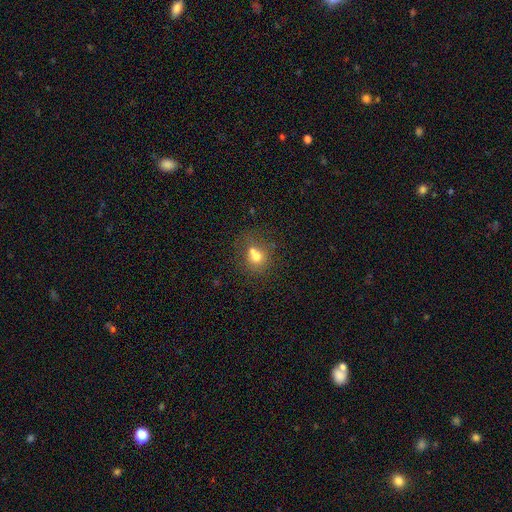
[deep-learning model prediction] Overall: smooth (68%). How rounded: round (68%; in between 31%). Merging: merger (44%; none 38%).